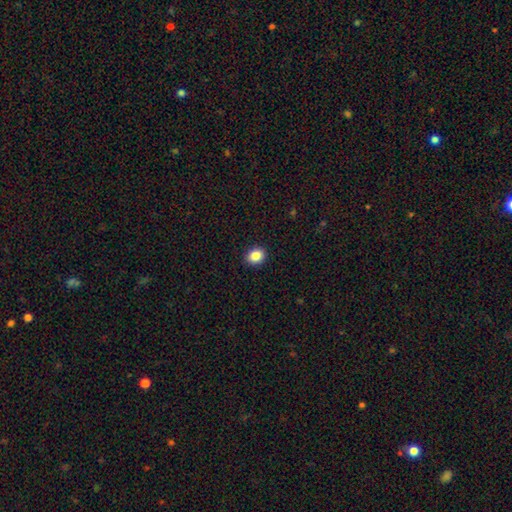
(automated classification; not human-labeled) Morphology: type=smooth (86%); roundness=round (53%); merging=none (91%).